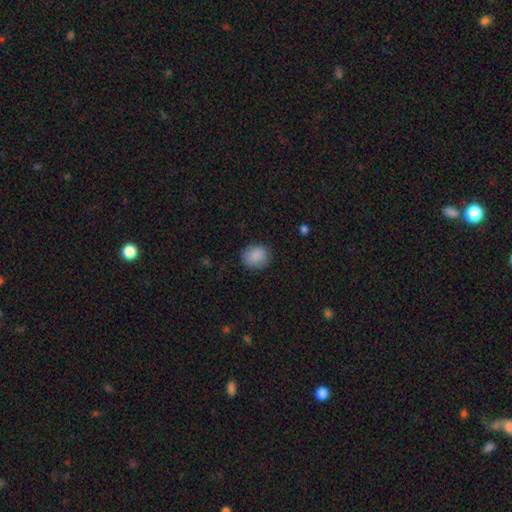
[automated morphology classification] Overall: smooth (88%). How rounded: round (76%). Merging: none (86%).